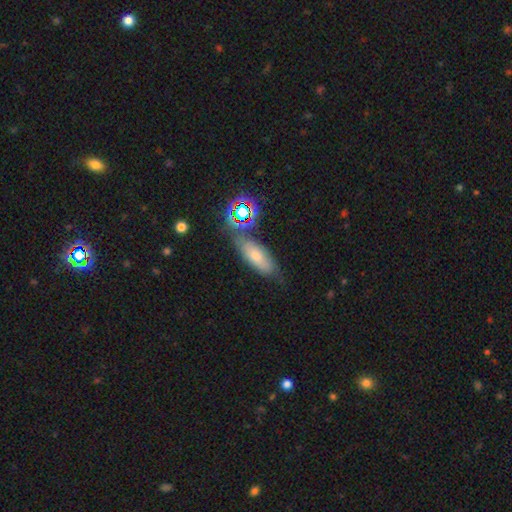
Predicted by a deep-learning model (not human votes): Smooth or featured? smooth (58%)
How rounded? in between (71%)
Merging? none (59%)